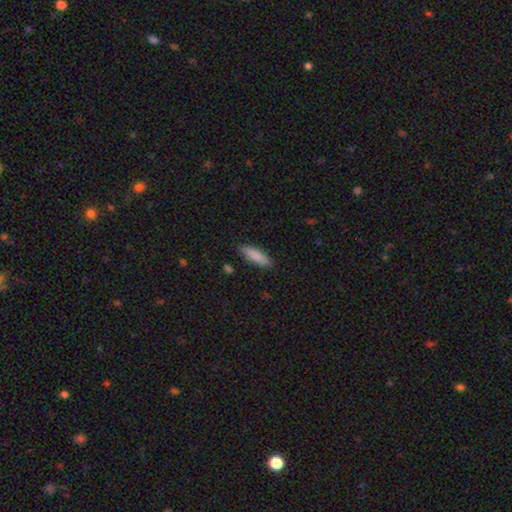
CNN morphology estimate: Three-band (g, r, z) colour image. It shows a smooth galaxy with no disk features (87%) that is cigar-shaped (51%). Merging: none (85%).